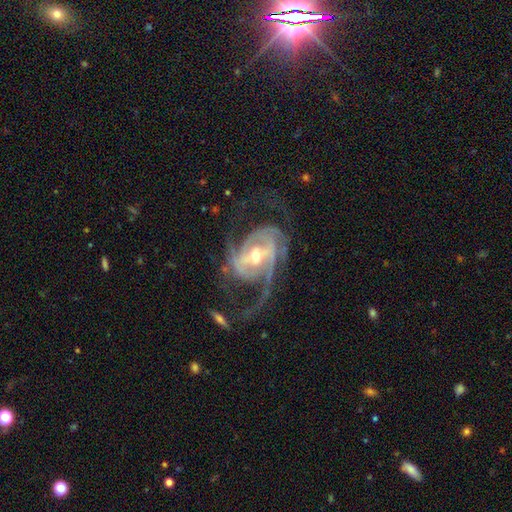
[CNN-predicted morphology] Q: Smooth or featured?
A: featured or disk (91%); runner-up: star or artifact (5%)
Q: Edge-on disk?
A: no (97%); runner-up: yes (3%)
Q: Bar?
A: weak (43%); runner-up: strong (37%)
Q: Spiral arms?
A: yes (96%); runner-up: no (4%)
Q: Spiral winding?
A: medium (46%); runner-up: loose (30%)
Q: Spiral arm count?
A: 2 (50%); runner-up: 3 (20%)
Q: Bulge size?
A: moderate (66%); runner-up: small (26%)
Q: Merging?
A: none (49%); runner-up: major disturbance (32%)